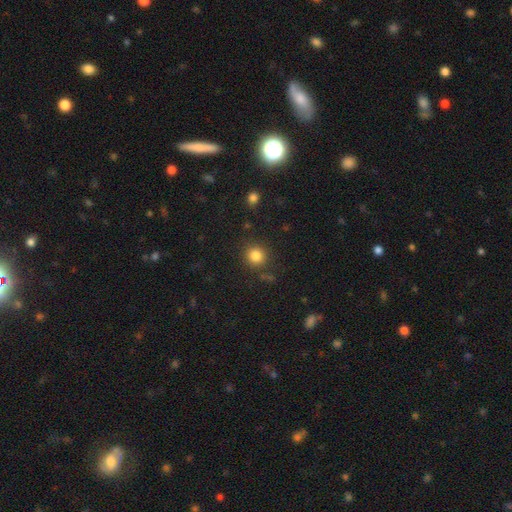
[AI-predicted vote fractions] Morphology: type=smooth (83%); roundness=round (89%); merging=none (86%).